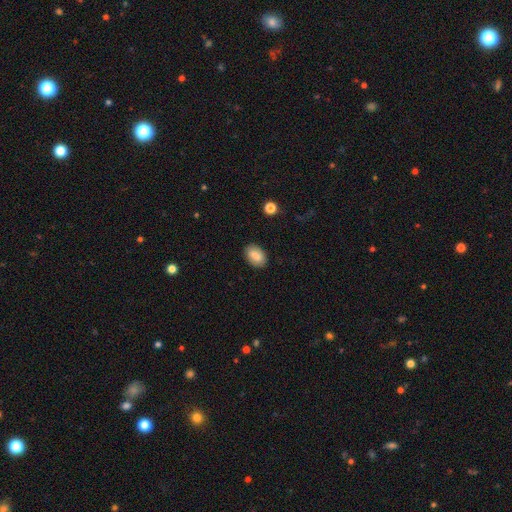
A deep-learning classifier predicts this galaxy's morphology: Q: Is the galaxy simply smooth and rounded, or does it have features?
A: smooth — 83%.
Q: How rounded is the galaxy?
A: in between — 89%.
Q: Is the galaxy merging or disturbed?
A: none — 88%.